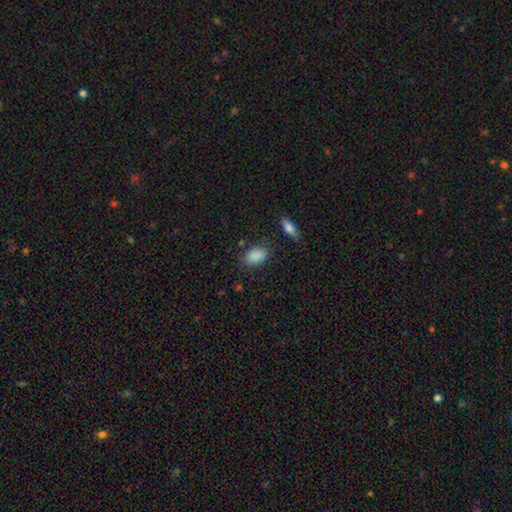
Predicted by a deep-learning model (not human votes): Smooth or featured? smooth (88%)
How rounded? in between (88%)
Merging? none (79%)